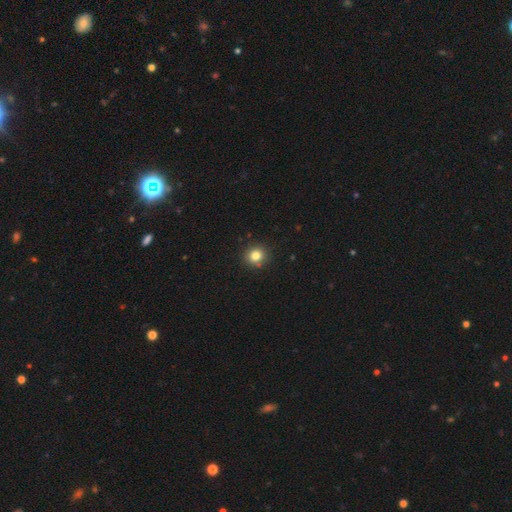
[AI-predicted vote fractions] Smooth or featured? smooth (82%)
How rounded? round (88%)
Merging? none (88%)